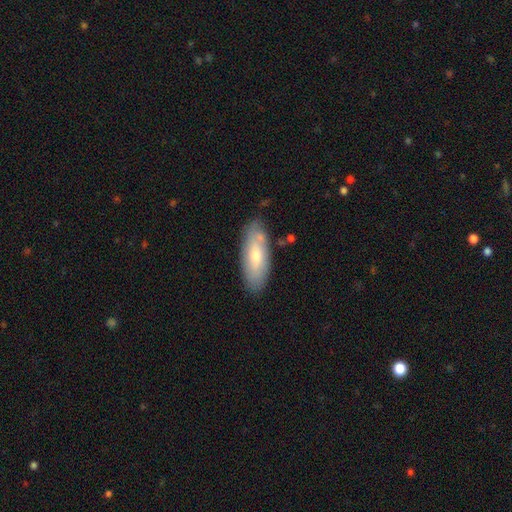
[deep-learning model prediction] This is possibly a smooth galaxy (59%). How rounded: likely in between (75%). Merging: likely none (78%).